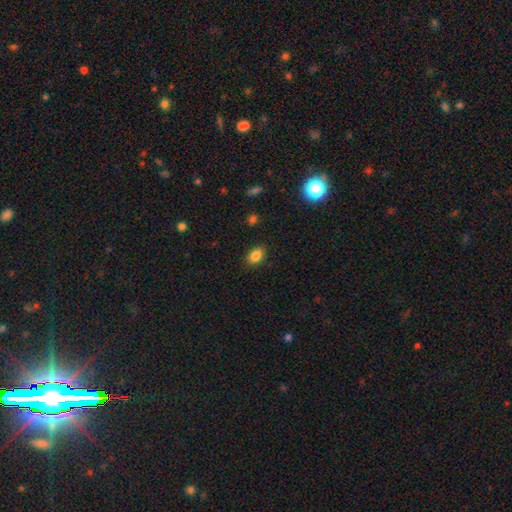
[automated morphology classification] A smooth galaxy with no disk features (85%) that is in between round and cigar-shaped (82%). Merging: none (87%).